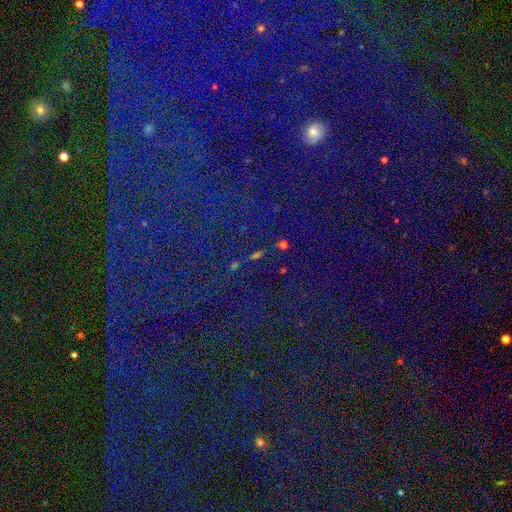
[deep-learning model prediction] This appears to be a star or artifact, not a galaxy (63%).